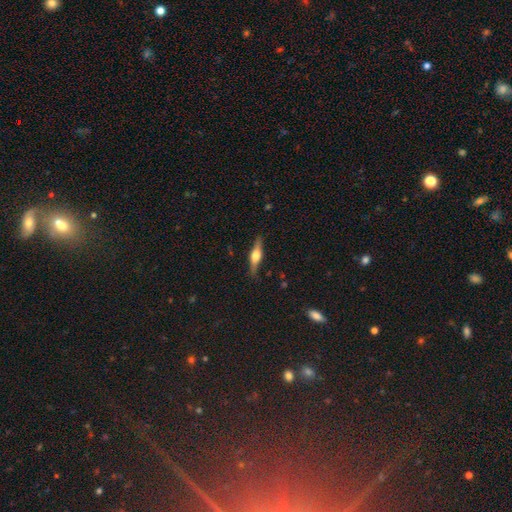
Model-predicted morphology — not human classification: smooth-or-featured: featured or disk: 65% | smooth: 29% | star or artifact: 6%
  disk-edge-on: yes: 96% | no: 4%
    edge-on-bulge: rounded: 93% | boxy: 5% | none: 2%
  merging: none: 86% | minor disturbance: 11% | major disturbance: 2% | merger: 1%